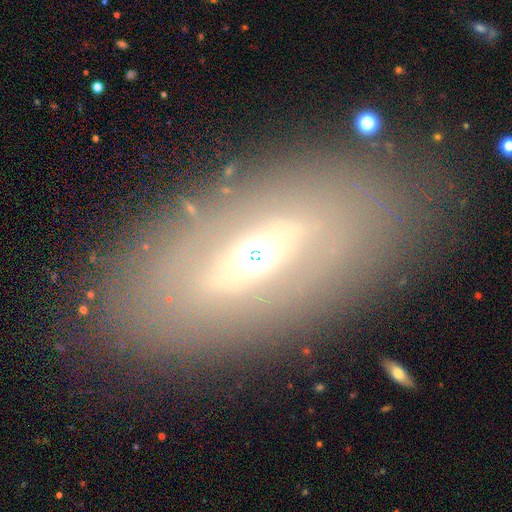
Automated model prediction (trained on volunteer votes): The model was most divided on "smooth or featured": featured or disk: 54%, smooth: 35%, star or artifact: 11%. More confident: merging — none (83%); edge-on disk — no (75%).